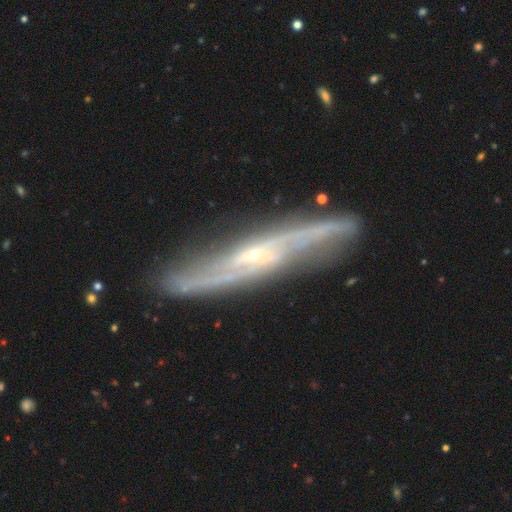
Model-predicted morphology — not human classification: smooth_or_featured: featured or disk (p=0.83) [alt: smooth p=0.11]
disk_edge_on: yes (p=0.53) [alt: no p=0.47]
merging: none (p=0.81) [alt: minor disturbance p=0.14]